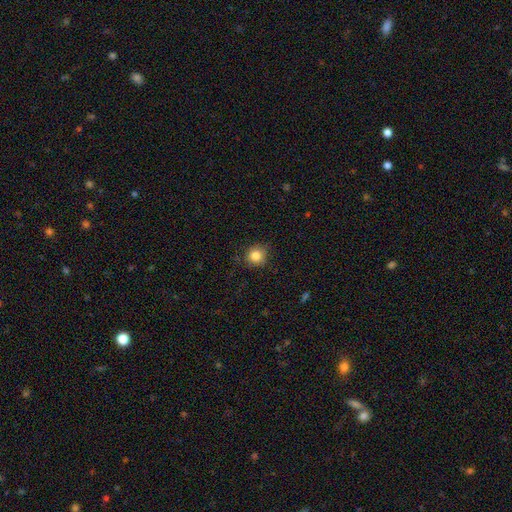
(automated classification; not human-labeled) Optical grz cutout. It shows a smooth galaxy with no disk features (84%) that is round (91%). Merging: none (86%).